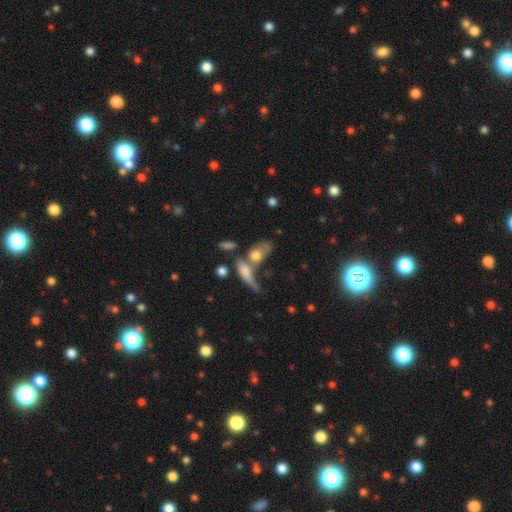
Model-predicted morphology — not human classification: type=star or artifact (38%).